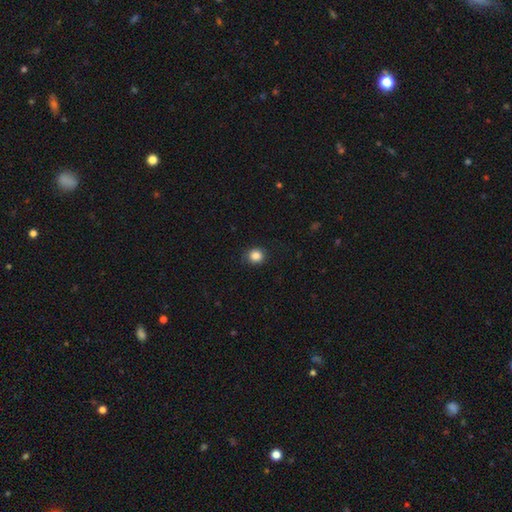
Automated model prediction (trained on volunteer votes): This appears to be a smooth galaxy with no disk features (86%) that is round (87%). Merging: none (89%).